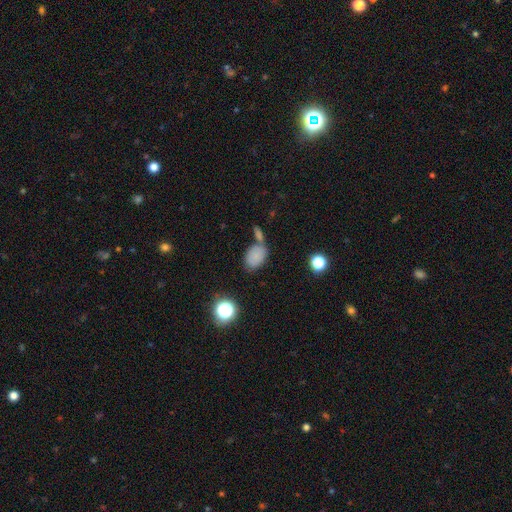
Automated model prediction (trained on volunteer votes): This appears to be a smooth galaxy with no disk features (80%) that is in between round and cigar-shaped (84%). Merging: none (54%).